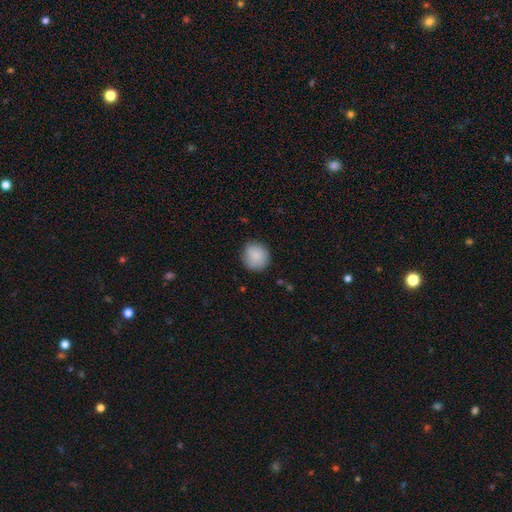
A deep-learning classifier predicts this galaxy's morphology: Smooth or featured: smooth — 86% (star or artifact — 7%)
How rounded: round — 91% (in between — 8%)
Merging: none — 83% (minor disturbance — 13%)